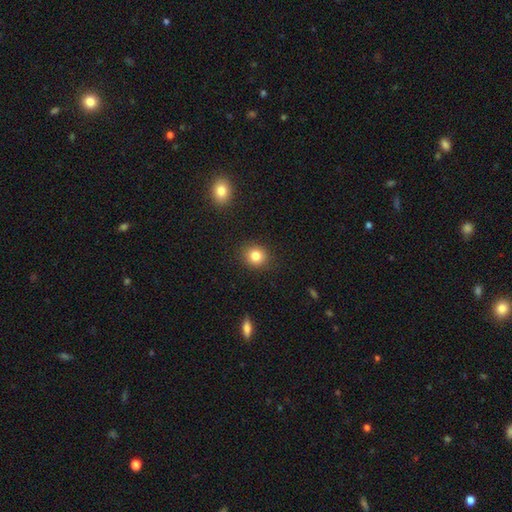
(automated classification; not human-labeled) Q: Smooth or featured?
A: smooth (83%); runner-up: star or artifact (10%)
Q: How rounded?
A: round (78%); runner-up: in between (21%)
Q: Merging?
A: none (88%); runner-up: minor disturbance (8%)